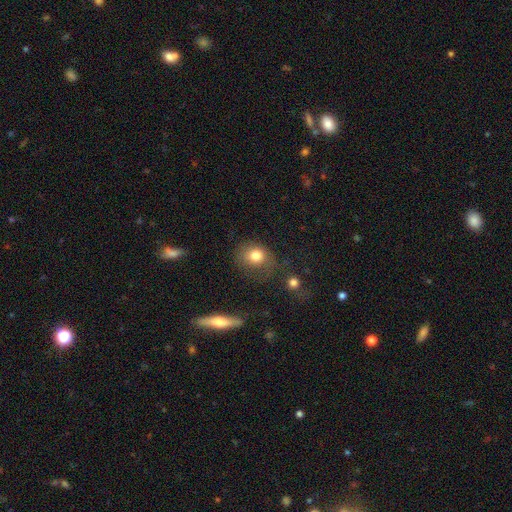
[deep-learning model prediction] This is likely a smooth galaxy (79%). How rounded: likely round (69%). Merging: likely none (60%).